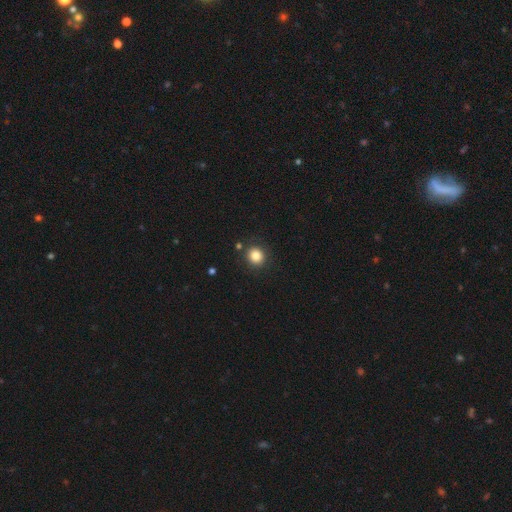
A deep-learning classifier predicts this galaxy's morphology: A smooth galaxy with no disk features (83%) that is round (87%). Merging: none (87%).